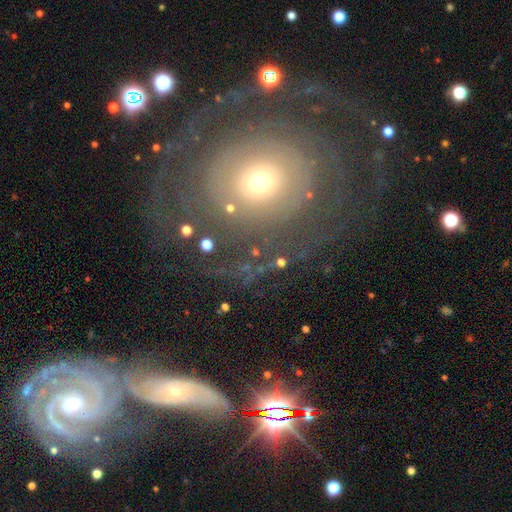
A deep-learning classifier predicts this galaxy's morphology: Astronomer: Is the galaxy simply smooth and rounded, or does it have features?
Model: featured or disk — 65%.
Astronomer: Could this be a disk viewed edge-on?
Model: no — 94%.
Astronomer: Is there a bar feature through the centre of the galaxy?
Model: no — 82%.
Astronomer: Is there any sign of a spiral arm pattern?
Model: yes — 69%.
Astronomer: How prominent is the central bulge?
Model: moderate — 46% (runner-up: small, 43%).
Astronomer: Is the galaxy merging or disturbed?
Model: none — 56%.